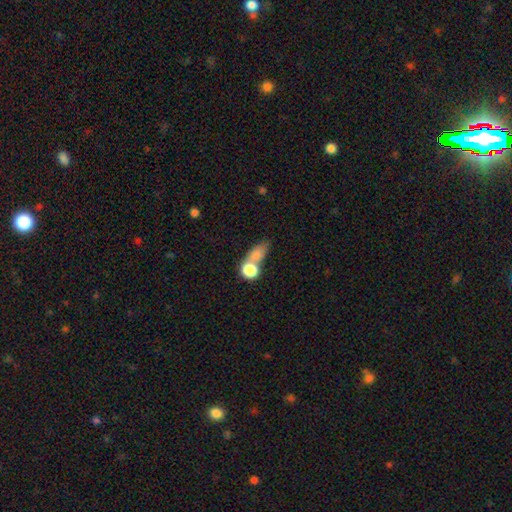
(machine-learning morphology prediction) Q: Smooth or featured?
A: smooth (75%); runner-up: featured or disk (13%)
Q: How rounded?
A: in between (51%); runner-up: round (38%)
Q: Merging?
A: merger (49%); runner-up: none (30%)